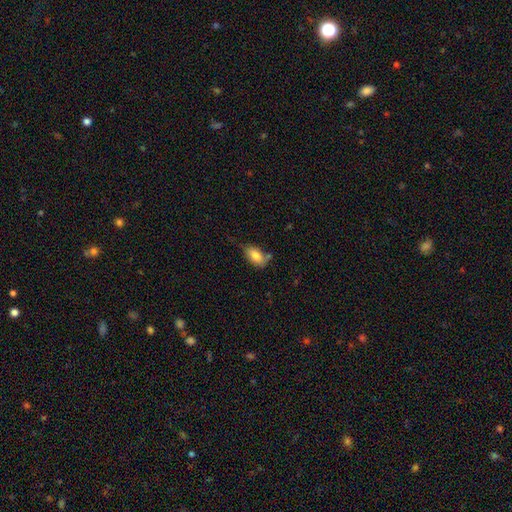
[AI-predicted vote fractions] smooth_or_featured: smooth (p=0.80) [alt: featured or disk p=0.13]
how_rounded: in between (p=0.91) [alt: round p=0.06]
merging: none (p=0.54) [alt: minor disturbance p=0.29]